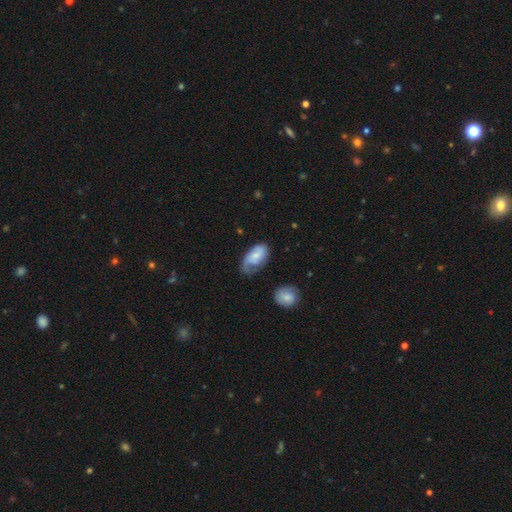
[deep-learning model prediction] featured or disk 57%, smooth 37%, star or artifact 6%. Down the decision tree: edge-on disk — no (96%); bar — no (56%); spiral arms — yes (89%); bulge size — small (47%); merging — none (50%).